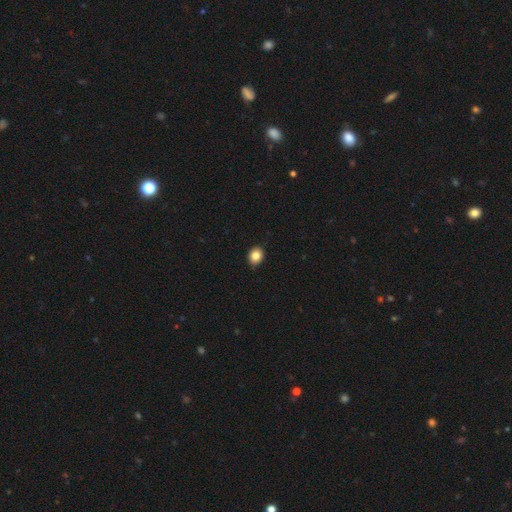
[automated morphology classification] Smooth or featured: smooth — 84% (star or artifact — 10%)
How rounded: round — 54% (in between — 45%)
Merging: none — 87% (minor disturbance — 10%)